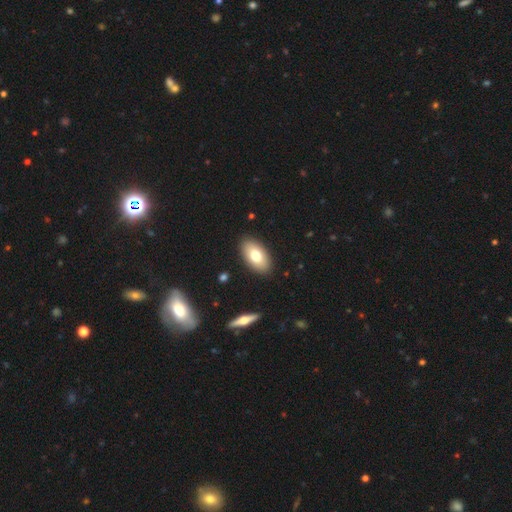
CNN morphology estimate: Smooth or featured? Predicted: smooth (p=0.74). How rounded? Predicted: in between (p=0.94). Merging? Predicted: none (p=0.89).